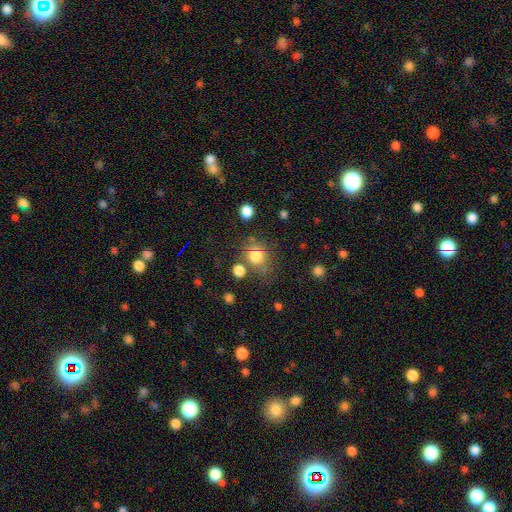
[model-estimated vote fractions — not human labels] The model was most divided on "merging": none: 65%, minor disturbance: 16%, merger: 12%, major disturbance: 7%. More confident: how rounded — round (80%); smooth or featured — smooth (77%).